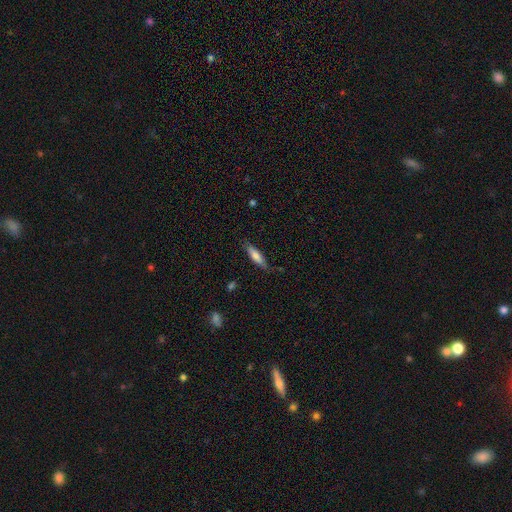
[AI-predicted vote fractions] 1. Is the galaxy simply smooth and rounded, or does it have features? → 69% smooth, 25% featured or disk, 6% star or artifact.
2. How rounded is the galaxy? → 67% cigar-shaped, 31% in between, 2% round.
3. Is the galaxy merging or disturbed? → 78% none, 17% minor disturbance, 3% major disturbance, 2% merger.